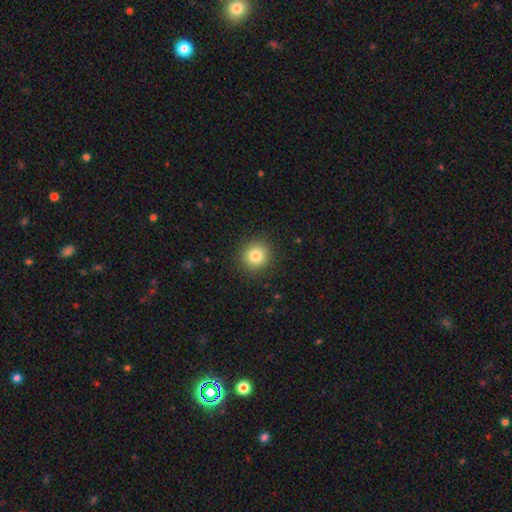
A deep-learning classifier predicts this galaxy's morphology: smooth 82%, star or artifact 11%, featured or disk 7%. Down the decision tree: how rounded — round (92%); merging — none (91%).